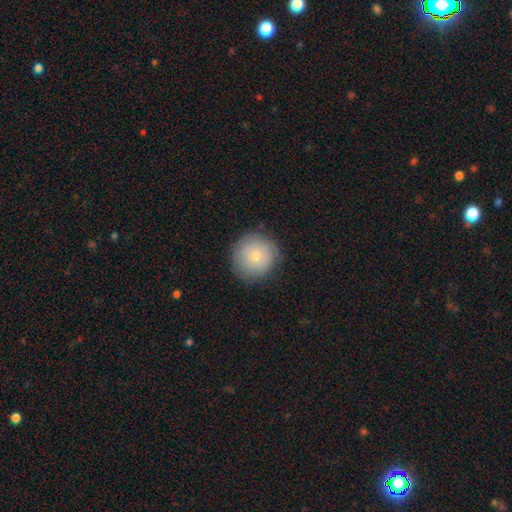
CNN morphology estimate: Q: Smooth or featured?
A: smooth (81%); runner-up: featured or disk (11%)
Q: How rounded?
A: round (94%); runner-up: in between (5%)
Q: Merging?
A: none (84%); runner-up: minor disturbance (12%)